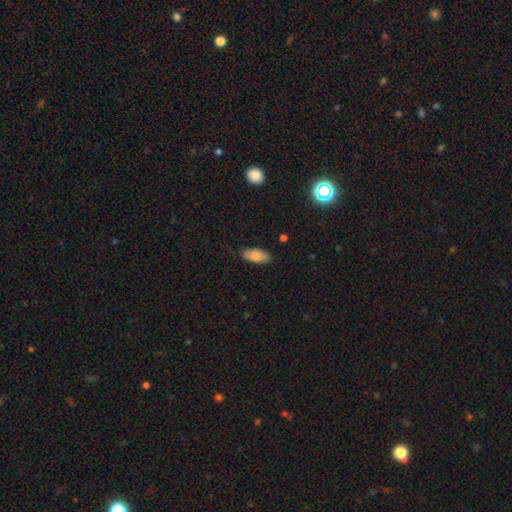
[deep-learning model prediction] This appears to be a smooth galaxy with no disk features (83%) that is in between round and cigar-shaped (88%). Merging: none (81%).